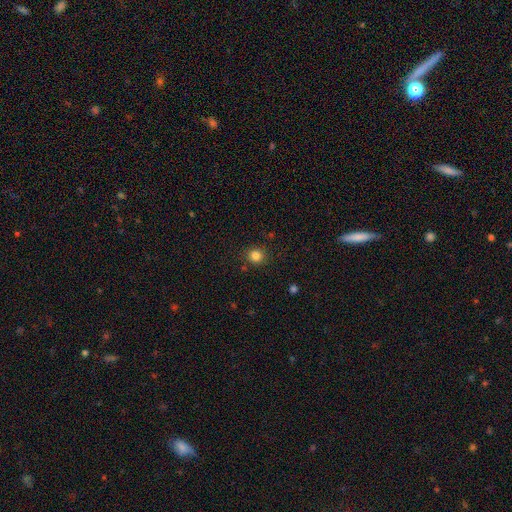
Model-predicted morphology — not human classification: smooth-or-featured: smooth: 83% | star or artifact: 12% | featured or disk: 4%
  how-rounded: round: 91% | in between: 8% | cigar-shaped: 1%
  merging: none: 87% | minor disturbance: 8% | major disturbance: 3% | merger: 2%